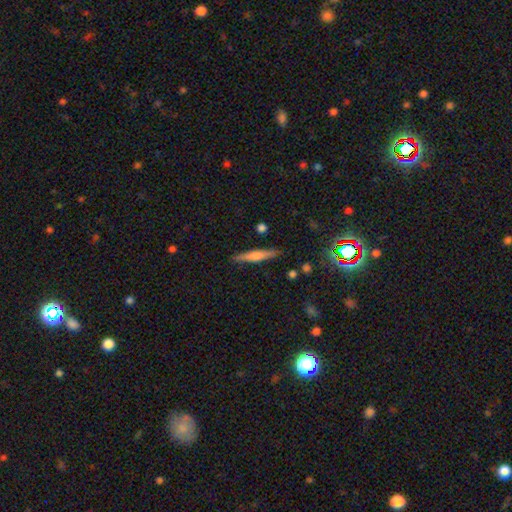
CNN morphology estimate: Q: Smooth or featured?
A: smooth (45%); tied with: featured or disk (45%)
Q: Merging?
A: none (88%); runner-up: minor disturbance (8%)